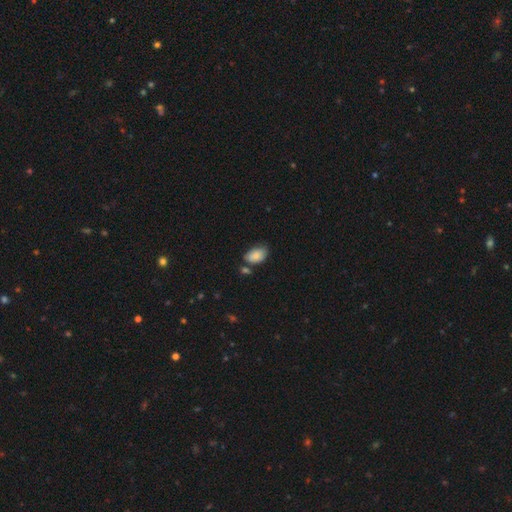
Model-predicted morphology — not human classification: type=smooth (82%); roundness=in between (91%); merging=none (56%).